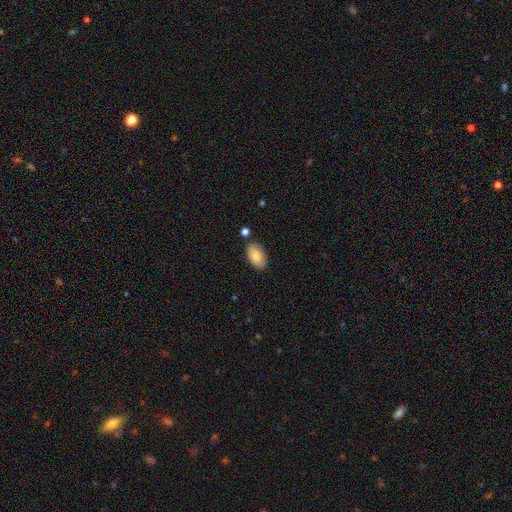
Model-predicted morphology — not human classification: Smooth or featured? Predicted: smooth (p=0.85). How rounded? Predicted: in between (p=0.95). Merging? Predicted: none (p=0.81).